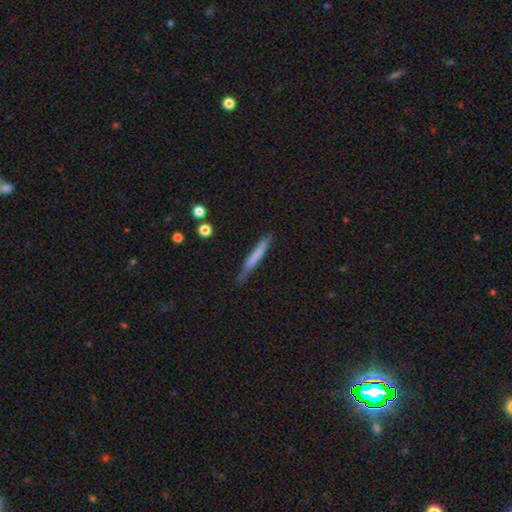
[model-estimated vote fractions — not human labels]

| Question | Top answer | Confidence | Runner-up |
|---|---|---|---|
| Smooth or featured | smooth | 65% | featured or disk (28%) |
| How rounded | cigar-shaped | 95% | in between (3%) |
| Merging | none | 75% | minor disturbance (19%) |